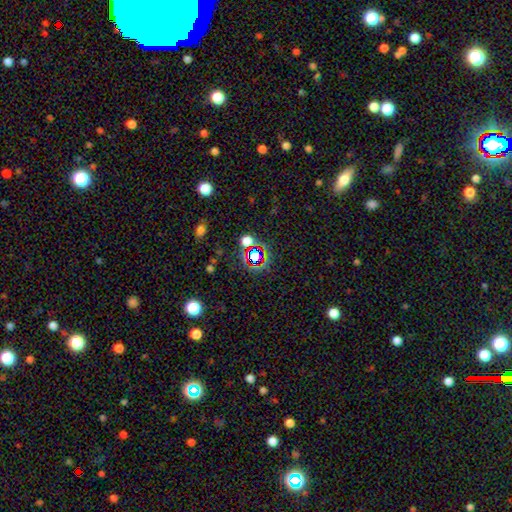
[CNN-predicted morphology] Smooth or featured? Predicted: star or artifact (p=0.66).